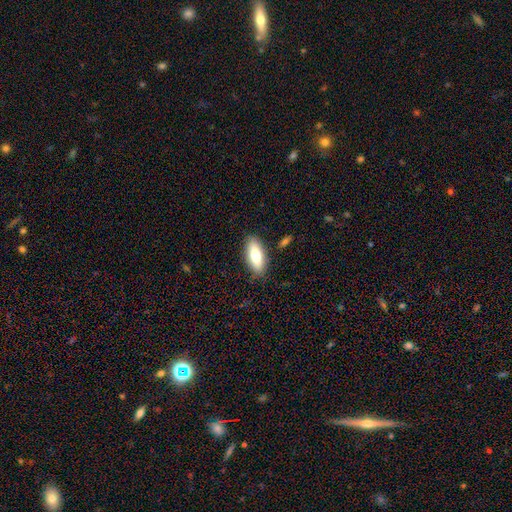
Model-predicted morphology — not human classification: Smooth or featured? smooth (74%)
How rounded? in between (80%)
Merging? none (85%)